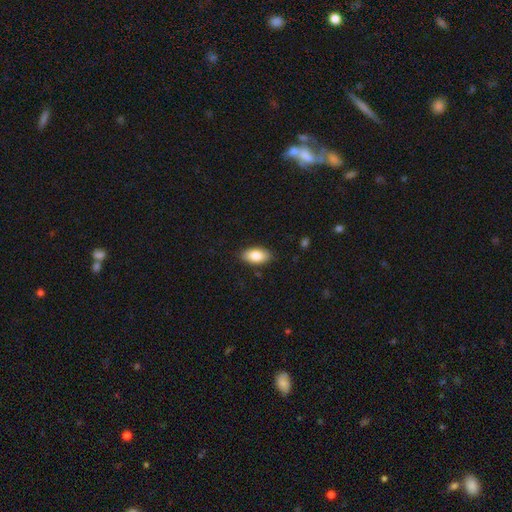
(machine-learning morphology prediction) smooth 84%, featured or disk 9%, star or artifact 7%. Down the decision tree: how rounded — in between (93%); merging — none (87%).